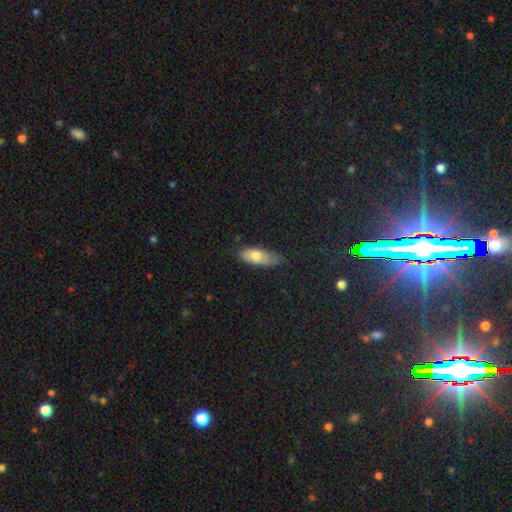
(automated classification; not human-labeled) Smooth or featured? Predicted: smooth (p=0.73). How rounded? Predicted: in between (p=0.81). Merging? Predicted: none (p=0.63).